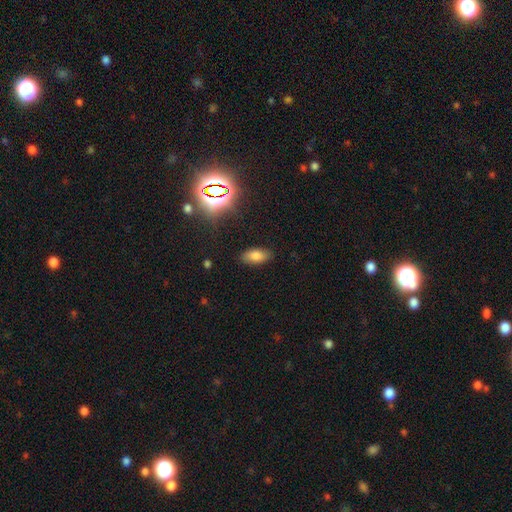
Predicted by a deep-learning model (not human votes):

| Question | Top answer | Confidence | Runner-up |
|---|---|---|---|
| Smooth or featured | smooth | 77% | star or artifact (14%) |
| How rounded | in between | 90% | cigar-shaped (5%) |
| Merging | none | 85% | minor disturbance (11%) |